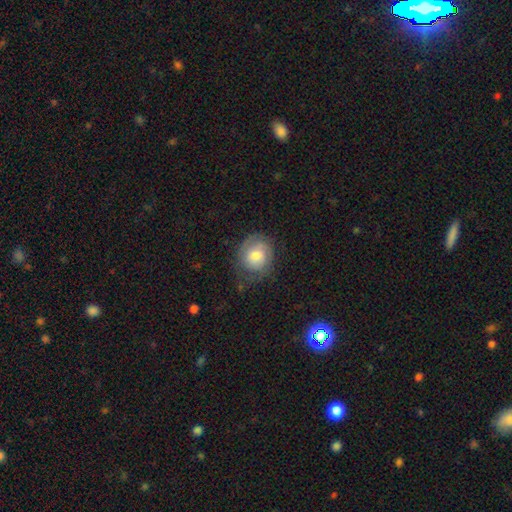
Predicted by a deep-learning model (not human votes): Overall: smooth (58%; featured or disk 35%). How rounded: round (77%). Merging: none (63%; minor disturbance 24%).